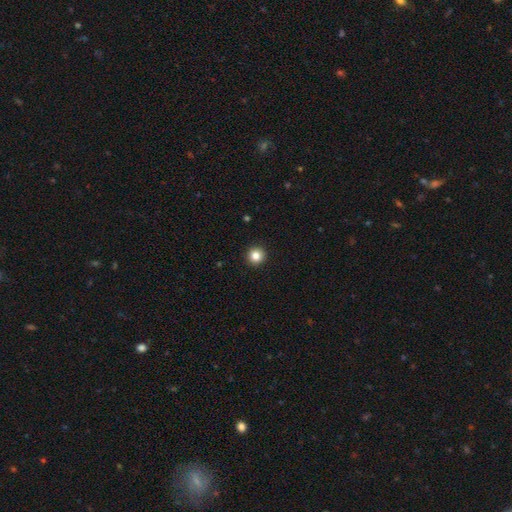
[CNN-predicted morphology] A smooth galaxy with no disk features (83%) that is round (96%). Merging: none (94%).